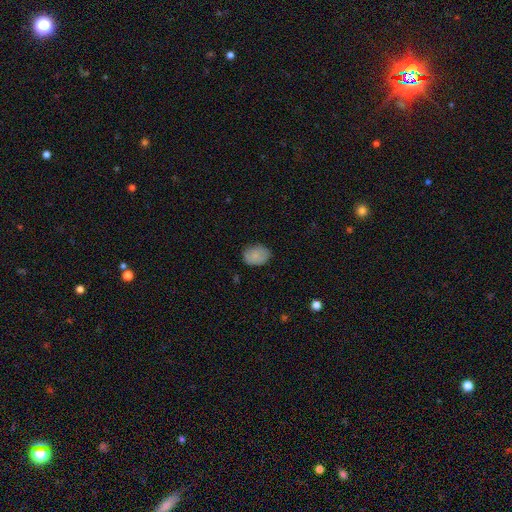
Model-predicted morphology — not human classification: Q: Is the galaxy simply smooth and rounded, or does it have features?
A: smooth — 85%.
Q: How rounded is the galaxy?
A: in between — 72%.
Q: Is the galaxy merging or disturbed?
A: none — 81%.